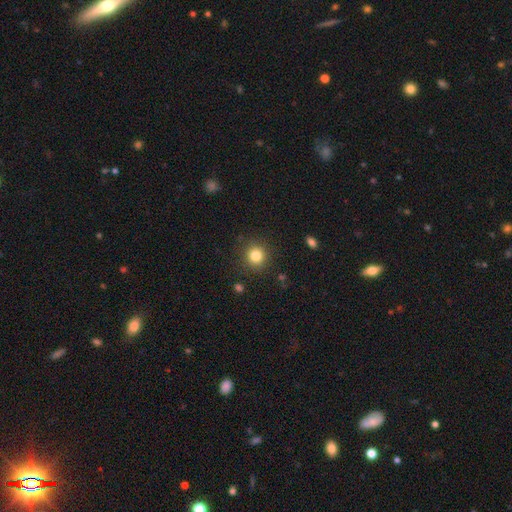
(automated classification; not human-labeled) Smooth or featured? Predicted: smooth (p=0.82). How rounded? Predicted: round (p=0.92). Merging? Predicted: none (p=0.89).